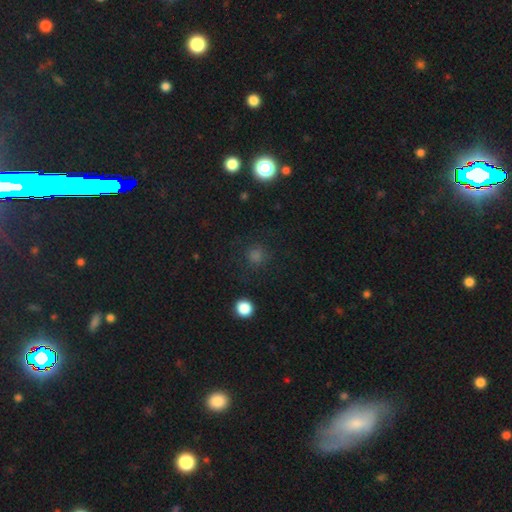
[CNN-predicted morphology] A smooth galaxy with no disk features (66%) that is round (94%). Merging: none (87%).